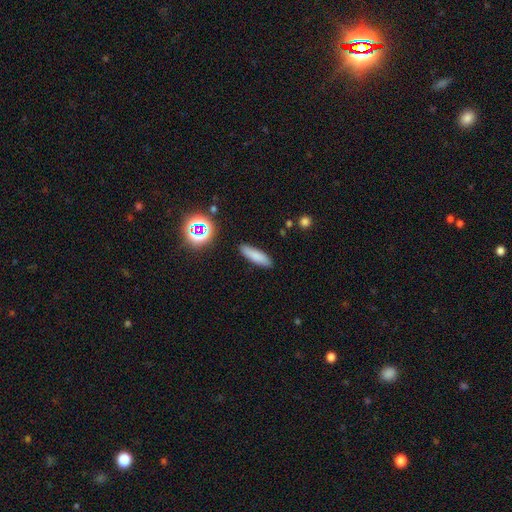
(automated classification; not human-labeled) A smooth galaxy with no disk features (81%) that is cigar-shaped (64%). Merging: none (88%).